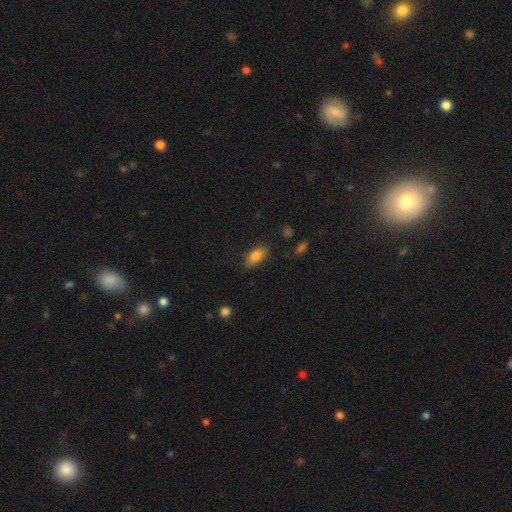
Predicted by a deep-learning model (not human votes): A smooth galaxy with no disk features (83%) that is in between round and cigar-shaped (89%). Merging: none (82%).